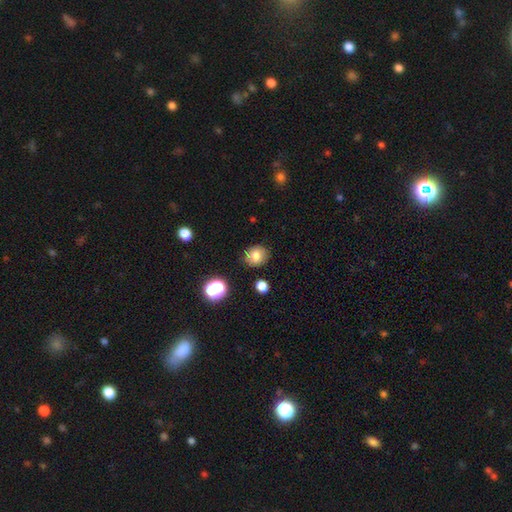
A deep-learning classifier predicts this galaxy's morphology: A smooth galaxy with no disk features (75%) that is round (79%). Merging: none (80%).